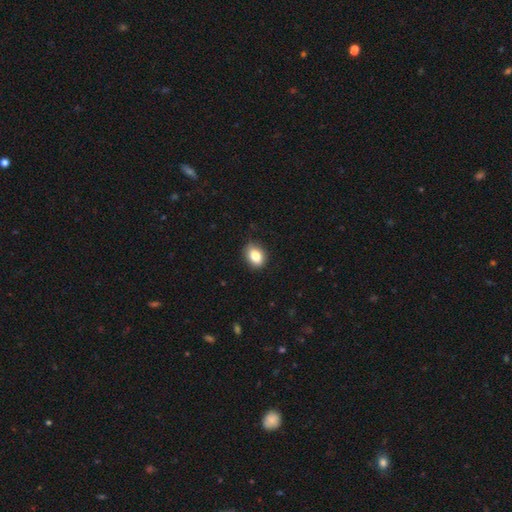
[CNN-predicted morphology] Smooth or featured?
  - smooth: 83% *
  - star or artifact: 9%
  - featured or disk: 8%
How rounded?
  - in between: 72% *
  - round: 27%
  - cigar-shaped: 1%
Merging?
  - none: 84% *
  - minor disturbance: 12%
  - major disturbance: 2%
  - merger: 1%